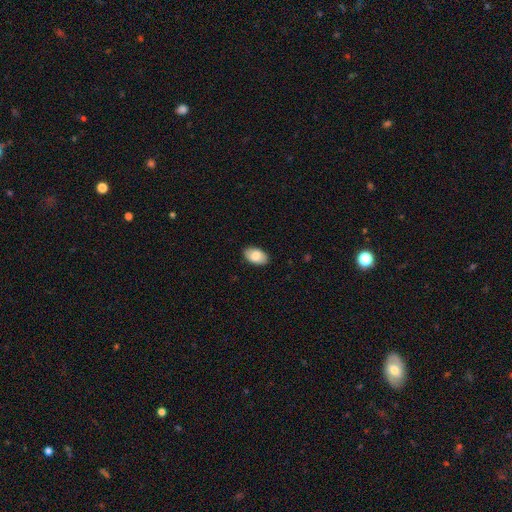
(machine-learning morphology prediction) Overall: smooth (81%). How rounded: in between (93%). Merging: none (88%).